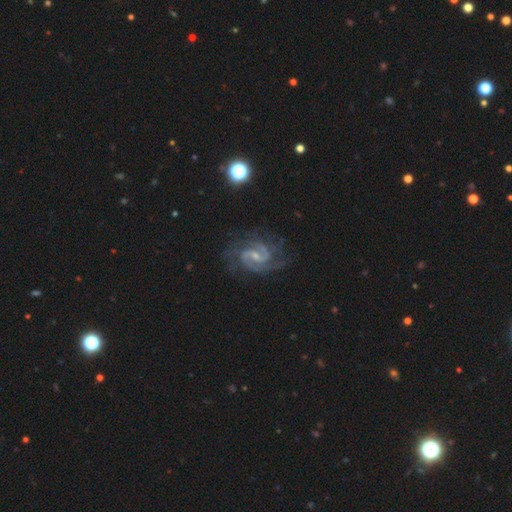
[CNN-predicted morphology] type=featured or disk (92%); edge-on=no (98%); bar=weak (57%); spiral arms=yes (98%); winding=medium (54%); arm count=2 (75%); bulge=small (64%); merging=none (71%).